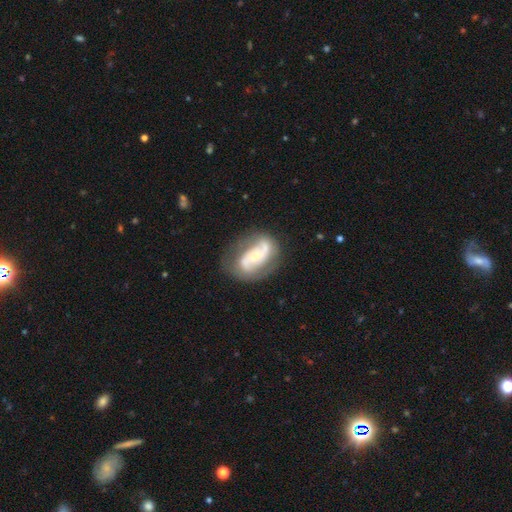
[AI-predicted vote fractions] smooth-or-featured: featured or disk: 77% | smooth: 16% | star or artifact: 6%
  disk-edge-on: no: 97% | yes: 3%
    bar: no: 45% | weak: 34% | strong: 21%
    has-spiral-arms: yes: 90% | no: 10%
      spiral-winding: medium: 45% | loose: 32% | tight: 23%
      spiral-arm-count: 2: 81% | can't tell: 8% | 1: 6% | 3: 3% | 4: 1% | more than 4: 1%
    bulge-size: small: 45% | moderate: 28% | none: 16% | large: 10% | dominant: 3%
  merging: none: 59% | minor disturbance: 21% | major disturbance: 15% | merger: 5%